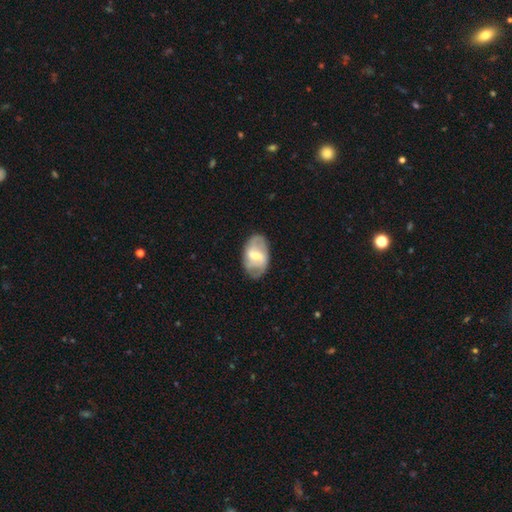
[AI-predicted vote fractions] smooth_or_featured: featured or disk (p=0.67) [alt: smooth p=0.28]
disk_edge_on: no (p=0.96) [alt: yes p=0.04]
bar: weak (p=0.53) [alt: strong p=0.30]
has_spiral_arms: yes (p=0.80) [alt: no p=0.20]
spiral_winding: medium (p=0.42) [alt: loose p=0.31]
spiral_arm_count: 2 (p=0.60) [alt: can't tell p=0.23]
bulge_size: moderate (p=0.56) [alt: small p=0.36]
merging: none (p=0.73) [alt: minor disturbance p=0.19]